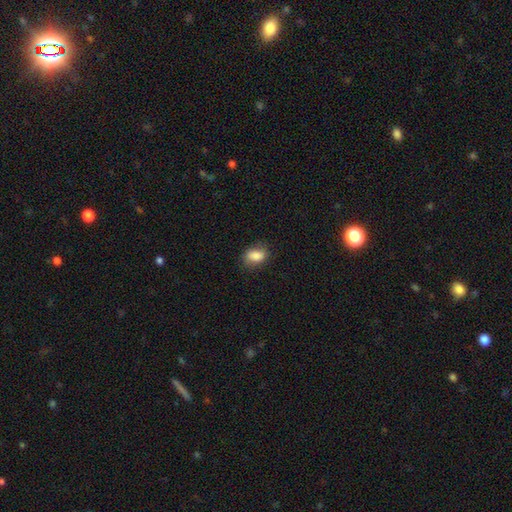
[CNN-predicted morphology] This appears to be a smooth galaxy with no disk features (84%) that is in between round and cigar-shaped (81%). Merging: none (77%).